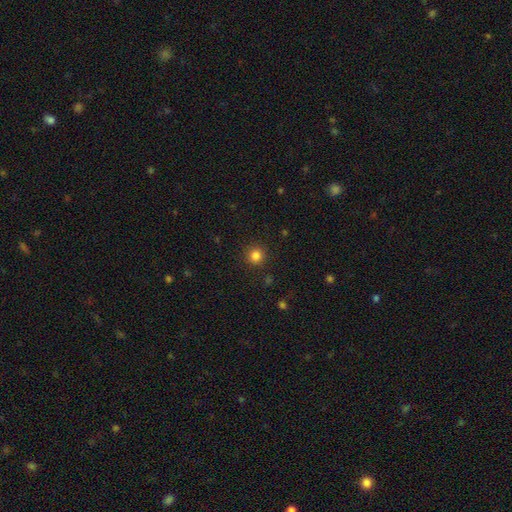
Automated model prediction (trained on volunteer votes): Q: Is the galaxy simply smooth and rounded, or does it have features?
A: smooth — 83%.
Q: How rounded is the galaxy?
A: round — 94%.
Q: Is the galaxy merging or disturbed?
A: none — 91%.